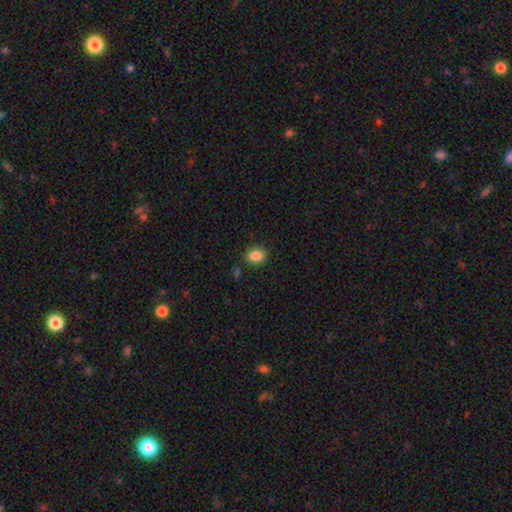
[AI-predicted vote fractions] Smooth or featured? smooth (86%)
How rounded? in between (53%)
Merging? none (86%)